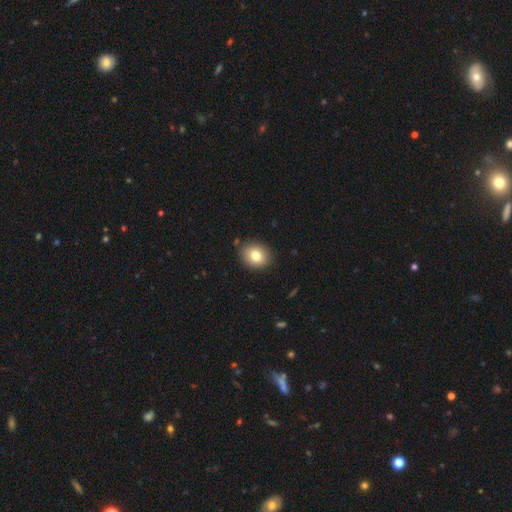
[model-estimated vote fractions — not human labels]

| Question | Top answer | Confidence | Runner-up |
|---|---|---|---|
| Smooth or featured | smooth | 80% | featured or disk (10%) |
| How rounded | round | 56% | in between (43%) |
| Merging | none | 87% | minor disturbance (9%) |